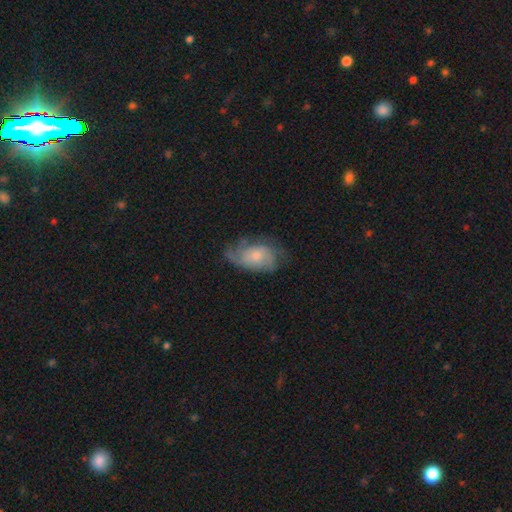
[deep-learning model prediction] Morphology: type=featured or disk (59%); edge-on=no (96%); bar=no (77%); spiral arms=yes (82%); bulge=small (53%); merging=none (51%).